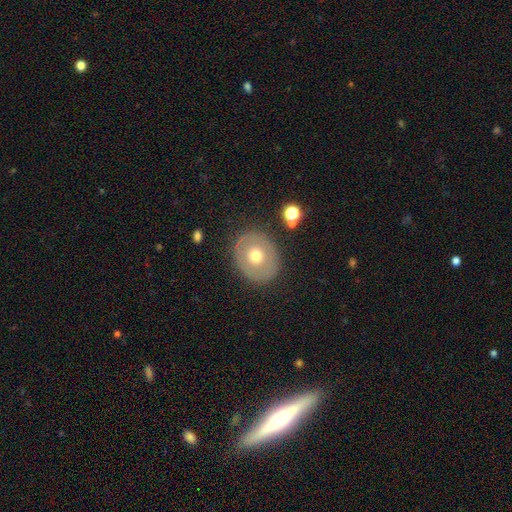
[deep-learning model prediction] A smooth galaxy with no disk features (54%) that is round (62%).

Vote fractions:
- Smooth or featured? smooth: 54% / featured or disk: 38% / star or artifact: 8%
- How rounded? round: 62% / in between: 38% / cigar-shaped: 1%
- Merging? none: 84% / minor disturbance: 10% / major disturbance: 4% / merger: 2%